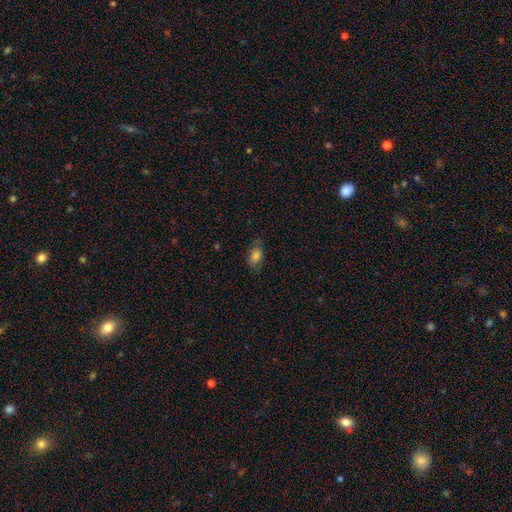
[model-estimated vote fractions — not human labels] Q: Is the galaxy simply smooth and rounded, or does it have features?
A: smooth — 77%.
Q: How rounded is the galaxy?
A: in between — 88%.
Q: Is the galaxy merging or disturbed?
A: none — 71%.